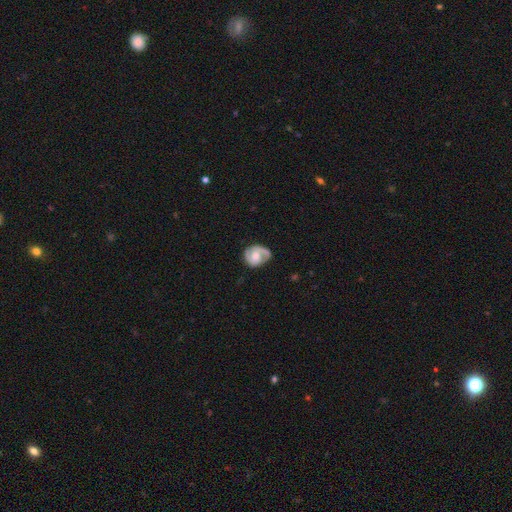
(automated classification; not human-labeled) Smooth or featured: featured or disk — 72% (smooth — 22%)
Edge-on disk: no — 98% (yes — 2%)
Bar: no — 53% (weak — 38%)
Spiral arms: yes — 91% (no — 9%)
Spiral winding: medium — 46% (tight — 35%)
Spiral arm count: 2 — 75% (1 — 13%)
Bulge size: moderate — 57% (small — 28%)
Merging: none — 66% (minor disturbance — 23%)